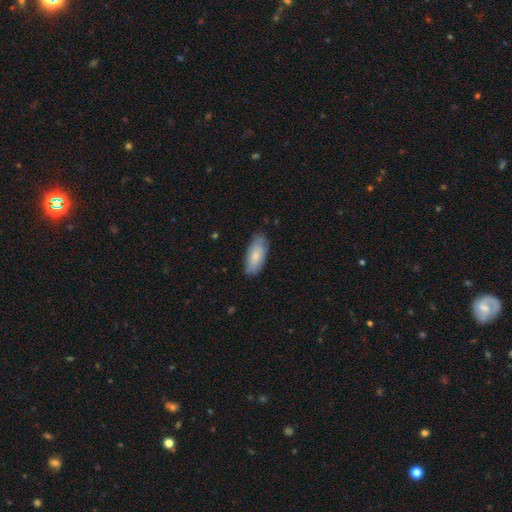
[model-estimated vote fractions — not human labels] Smooth or featured?
  - smooth: 79% *
  - featured or disk: 15%
  - star or artifact: 6%
How rounded?
  - in between: 85% *
  - cigar-shaped: 13%
  - round: 2%
Merging?
  - none: 79% *
  - minor disturbance: 17%
  - major disturbance: 3%
  - merger: 1%